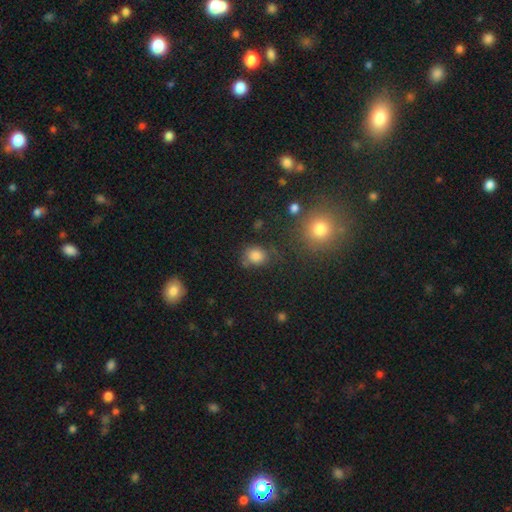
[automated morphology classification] This appears to be a smooth galaxy with no disk features (80%) that is round (65%). Merging: none (66%).